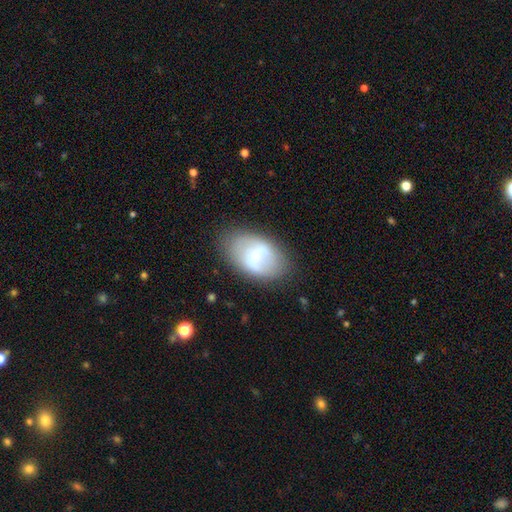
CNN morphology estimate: Smooth or featured: featured or disk — 49% (smooth — 43%)
Merging: none — 70% (minor disturbance — 19%)